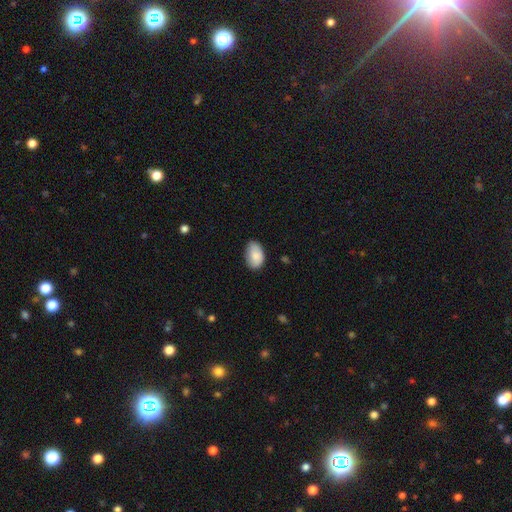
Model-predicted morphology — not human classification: Smooth or featured: smooth — 85% (featured or disk — 9%)
How rounded: in between — 89% (round — 10%)
Merging: none — 70% (minor disturbance — 25%)